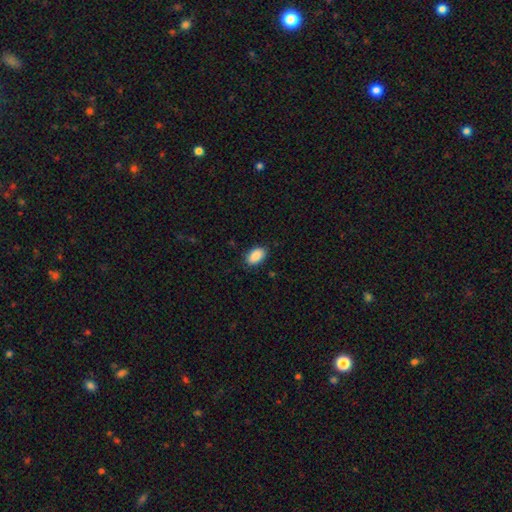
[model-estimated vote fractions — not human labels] This appears to be a smooth galaxy with no disk features (90%) that is in between round and cigar-shaped (92%). Merging: none (87%).